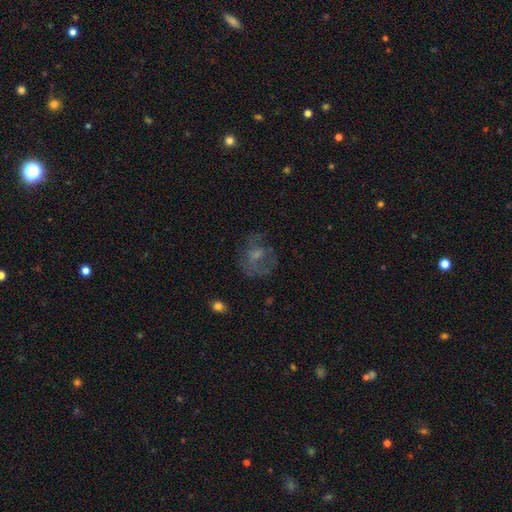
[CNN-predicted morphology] featured or disk 46%, smooth 38%, star or artifact 16%. Down the decision tree: merging — none (52%).